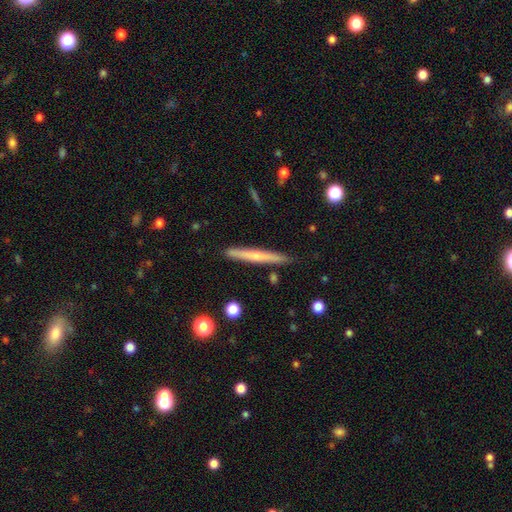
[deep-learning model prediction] Morphology: type=featured or disk (48%); merging=none (88%).